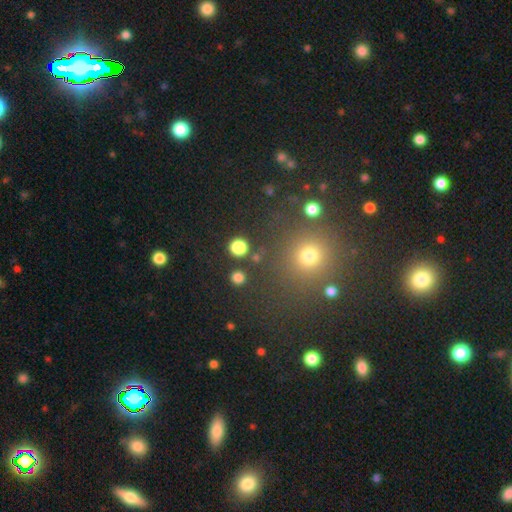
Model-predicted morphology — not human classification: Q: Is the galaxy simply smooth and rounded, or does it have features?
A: smooth — 49%.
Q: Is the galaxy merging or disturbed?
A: none — 85%.